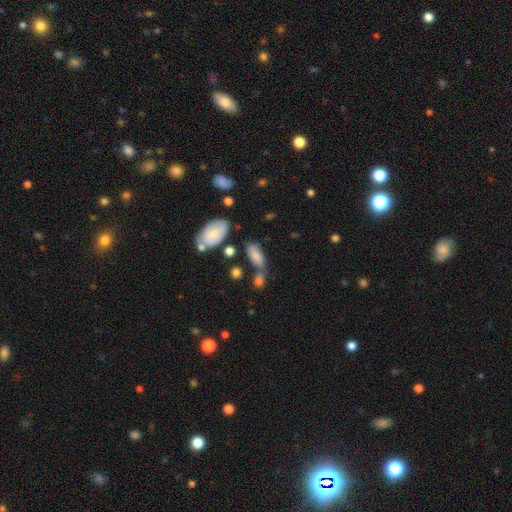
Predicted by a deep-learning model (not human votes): The model was most divided on "merging": none: 42%, merger: 24%, minor disturbance: 23%, major disturbance: 11%. More confident: how rounded — in between (86%); smooth or featured — smooth (72%).